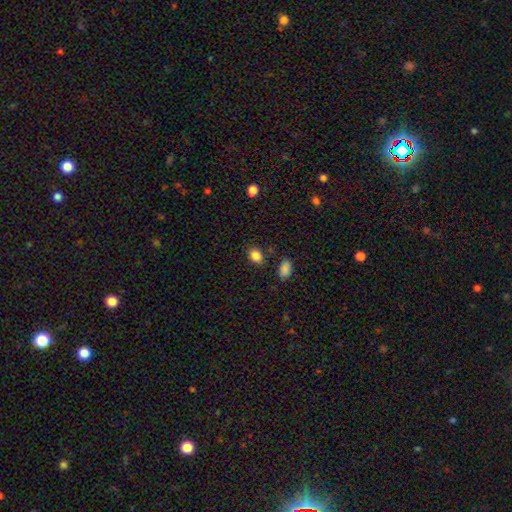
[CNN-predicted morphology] Overall: smooth (85%). How rounded: in between (66%; round 33%). Merging: none (82%).